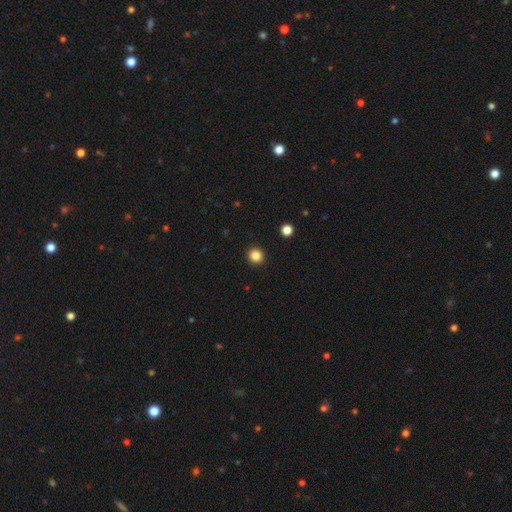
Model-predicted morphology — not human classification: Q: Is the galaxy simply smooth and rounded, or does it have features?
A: smooth — 85%.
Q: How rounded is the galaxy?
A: round — 95%.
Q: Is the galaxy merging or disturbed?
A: none — 94%.